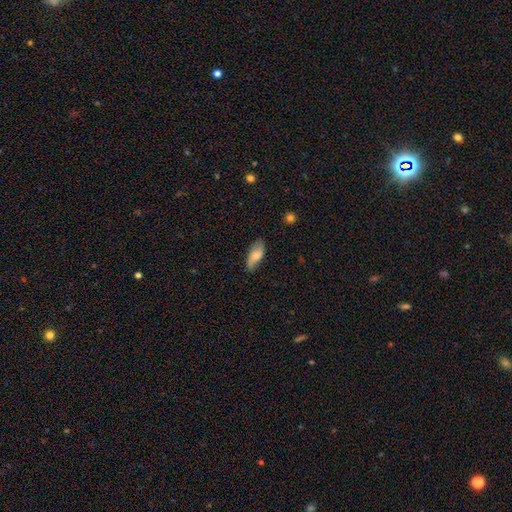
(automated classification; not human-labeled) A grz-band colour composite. It shows a smooth galaxy with no disk features (66%) that is in between round and cigar-shaped (82%). Merging: none (70%).